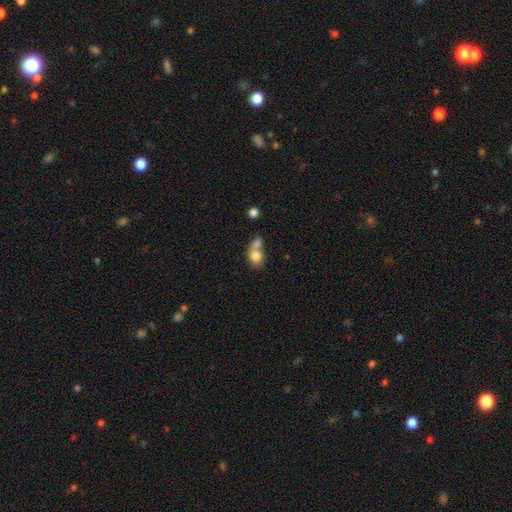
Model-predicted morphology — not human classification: Smooth or featured: smooth — 77% (featured or disk — 14%)
How rounded: round — 54% (in between — 44%)
Merging: merger — 60% (none — 24%)